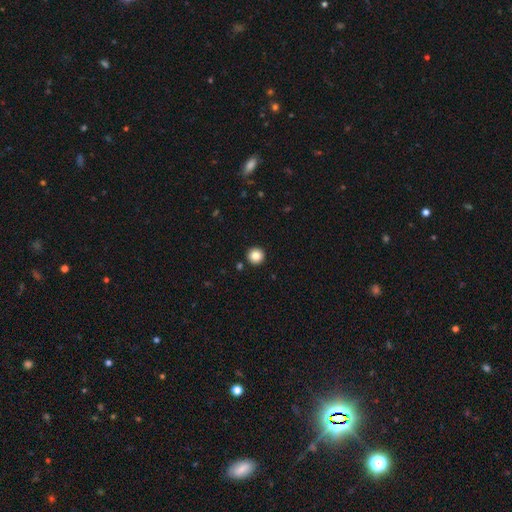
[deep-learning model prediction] Smooth or featured? smooth (85%)
How rounded? round (96%)
Merging? none (93%)